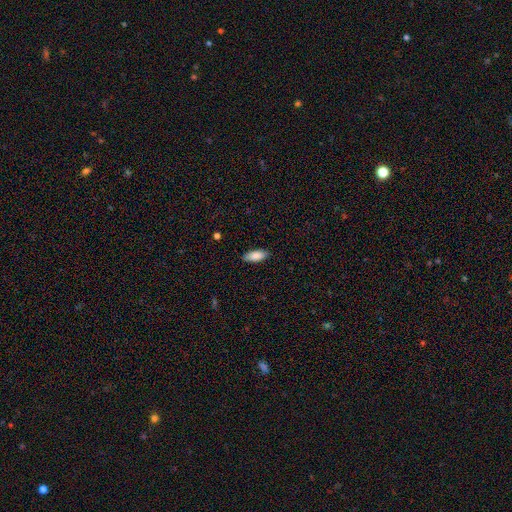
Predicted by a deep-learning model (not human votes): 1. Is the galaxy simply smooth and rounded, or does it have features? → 87% smooth, 6% featured or disk, 6% star or artifact.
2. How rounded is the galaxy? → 84% in between, 14% cigar-shaped, 2% round.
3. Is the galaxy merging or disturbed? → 87% none, 10% minor disturbance, 2% major disturbance, 1% merger.